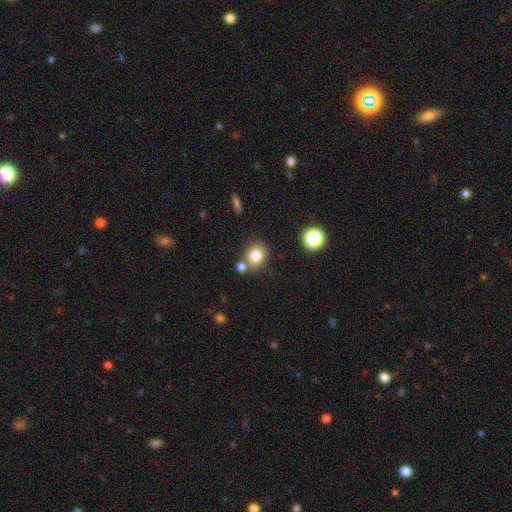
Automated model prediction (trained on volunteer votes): Smooth or featured? Predicted: smooth (p=0.80). How rounded? Predicted: round (p=0.63). Merging? Predicted: none (p=0.67).